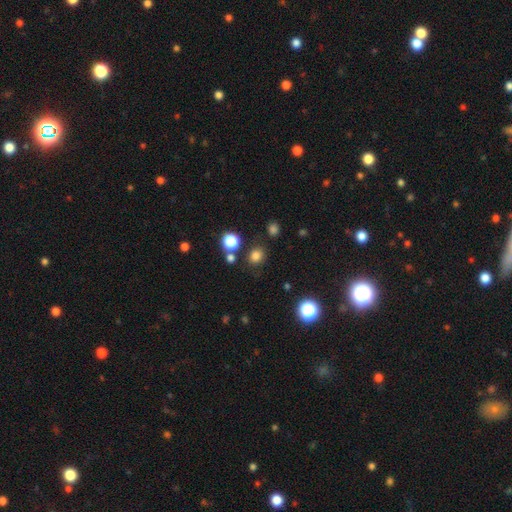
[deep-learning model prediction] The model was most divided on "how rounded": round: 75%, in between: 24%, cigar-shaped: 1%. More confident: merging — none (80%); smooth or featured — smooth (78%).